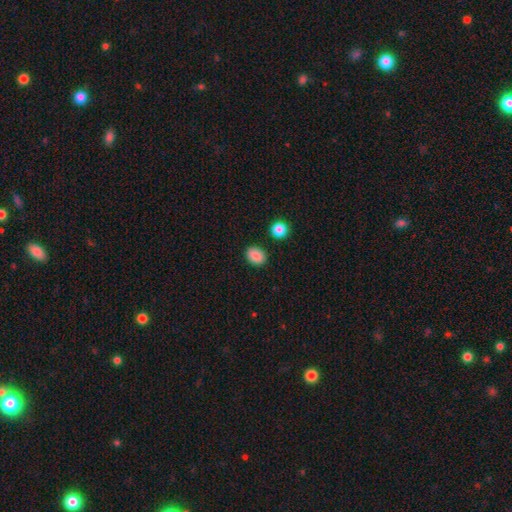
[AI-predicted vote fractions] Smooth or featured?
  - smooth: 87% *
  - star or artifact: 9%
  - featured or disk: 4%
How rounded?
  - in between: 61% *
  - round: 38%
  - cigar-shaped: 1%
Merging?
  - none: 88% *
  - minor disturbance: 8%
  - merger: 2%
  - major disturbance: 2%